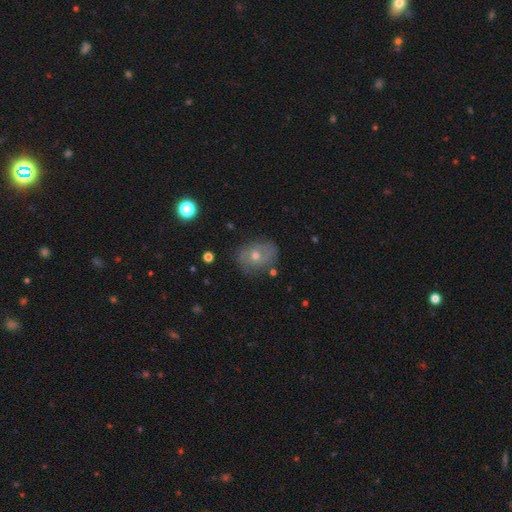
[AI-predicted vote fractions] This is marginally a featured or disk galaxy (45%). Merging: likely none (75%).